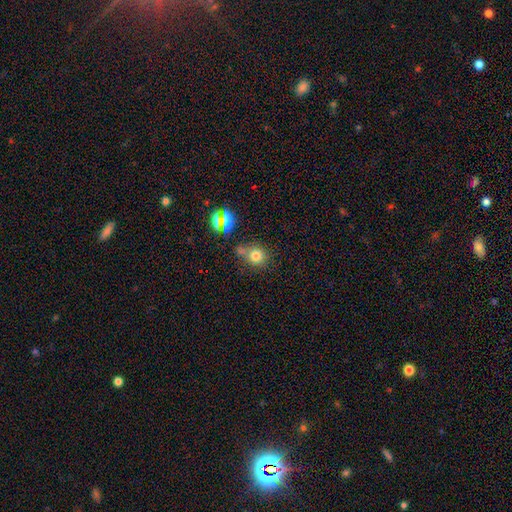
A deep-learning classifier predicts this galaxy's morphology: Smooth or featured: smooth — 72% (star or artifact — 19%)
How rounded: round — 81% (in between — 18%)
Merging: none — 62% (merger — 19%)